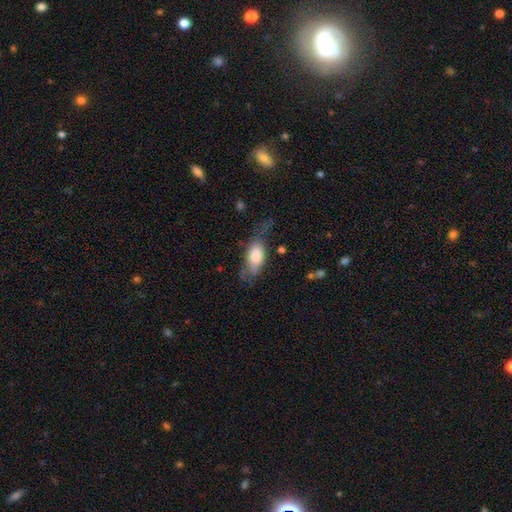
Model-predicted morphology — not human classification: type=smooth (72%); roundness=in between (86%); merging=none (43%).